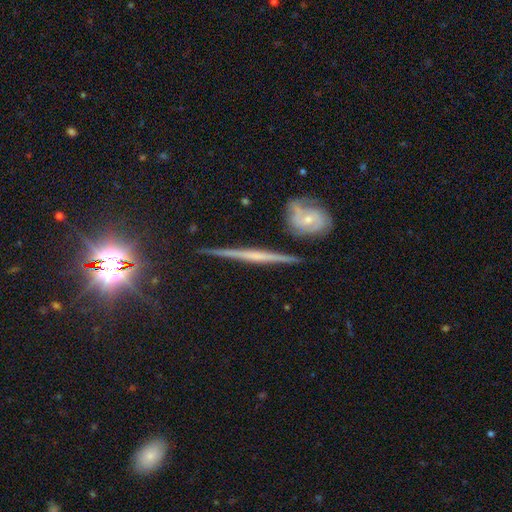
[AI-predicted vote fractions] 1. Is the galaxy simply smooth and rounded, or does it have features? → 75% featured or disk, 16% smooth, 10% star or artifact.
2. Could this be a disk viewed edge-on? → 95% yes, 5% no.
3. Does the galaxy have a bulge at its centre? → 60% none, 25% rounded, 15% boxy.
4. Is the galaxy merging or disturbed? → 83% none, 10% minor disturbance, 4% merger, 3% major disturbance.